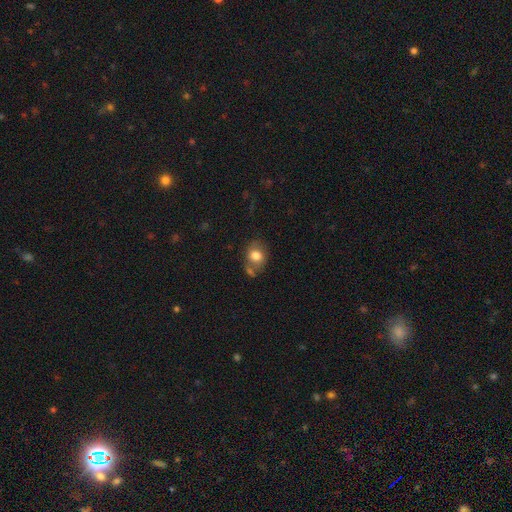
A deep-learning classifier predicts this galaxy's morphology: A smooth galaxy with no disk features (77%) that is round (54%). Merging: none (56%).